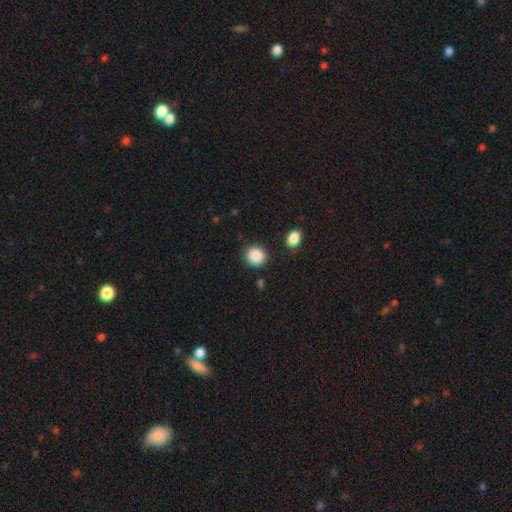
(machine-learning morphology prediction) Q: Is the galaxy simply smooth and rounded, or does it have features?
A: smooth — 89%.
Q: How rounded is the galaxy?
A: round — 82%.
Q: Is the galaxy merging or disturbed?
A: none — 86%.